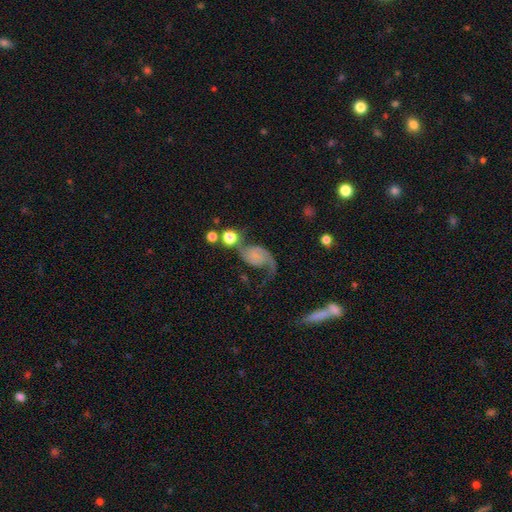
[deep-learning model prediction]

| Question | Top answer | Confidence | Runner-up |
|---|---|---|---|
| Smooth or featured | featured or disk | 84% | smooth (9%) |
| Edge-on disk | no | 98% | yes (2%) |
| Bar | no | 73% | weak (21%) |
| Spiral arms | yes | 96% | no (4%) |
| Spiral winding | loose | 63% | medium (29%) |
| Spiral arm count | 2 | 88% | 1 (7%) |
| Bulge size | small | 45% | none (37%) |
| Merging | none | 50% | major disturbance (20%) |